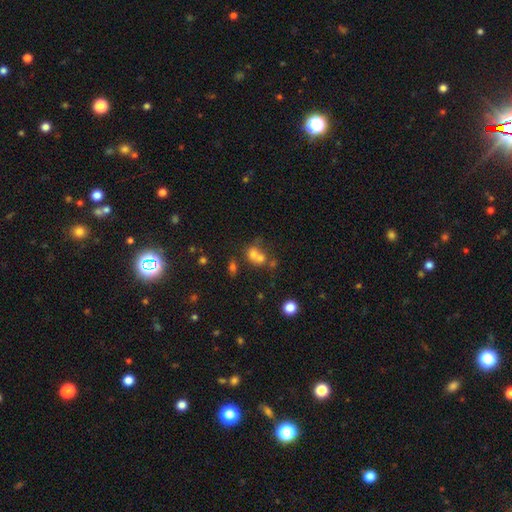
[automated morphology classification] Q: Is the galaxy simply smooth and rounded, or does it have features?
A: smooth — 66%.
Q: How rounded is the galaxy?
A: round — 59%.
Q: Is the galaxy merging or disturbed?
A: merger — 63%.